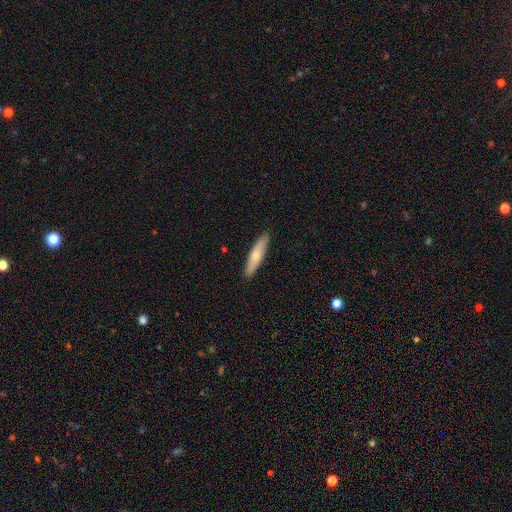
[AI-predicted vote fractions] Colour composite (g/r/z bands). It shows a smooth galaxy with no disk features (67%) that is cigar-shaped (82%). Merging: none (90%).